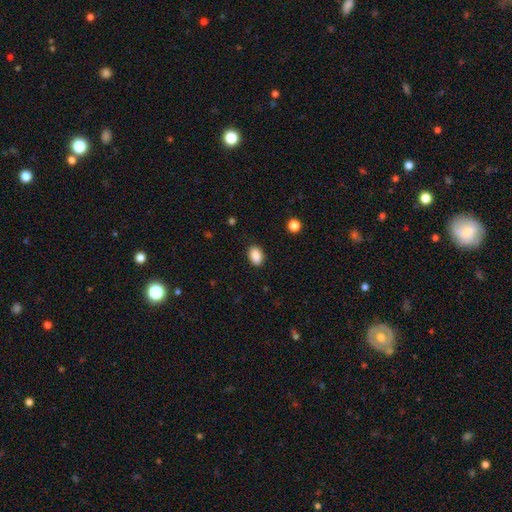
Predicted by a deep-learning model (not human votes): Q: Smooth or featured?
A: smooth (89%); runner-up: star or artifact (8%)
Q: How rounded?
A: in between (84%); runner-up: round (15%)
Q: Merging?
A: none (88%); runner-up: minor disturbance (9%)